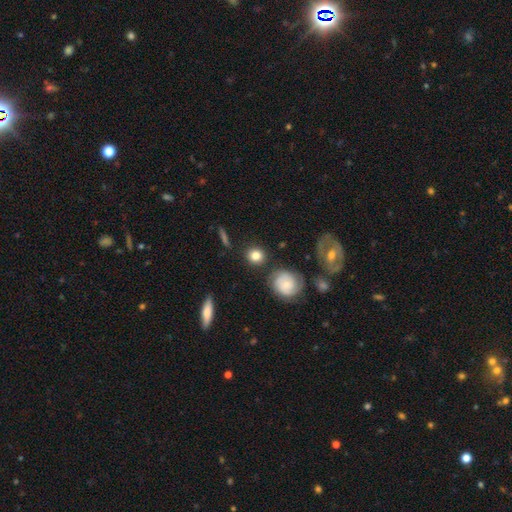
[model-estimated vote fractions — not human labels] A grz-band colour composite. It shows a smooth galaxy with no disk features (81%) that is round (86%). Merging: none (83%).